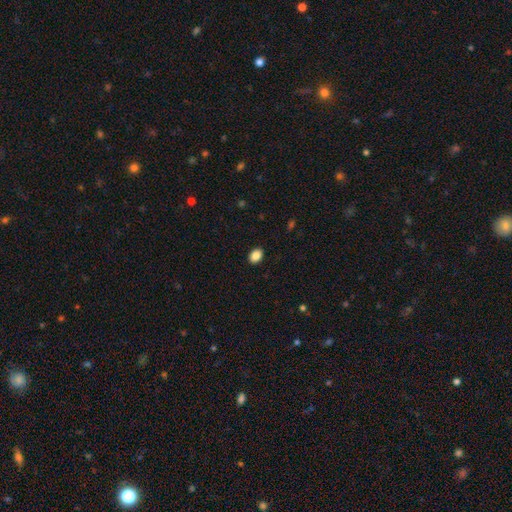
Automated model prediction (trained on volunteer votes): The model was most divided on "how rounded": in between: 76%, round: 23%, cigar-shaped: 1%. More confident: merging — none (90%); smooth or featured — smooth (88%).